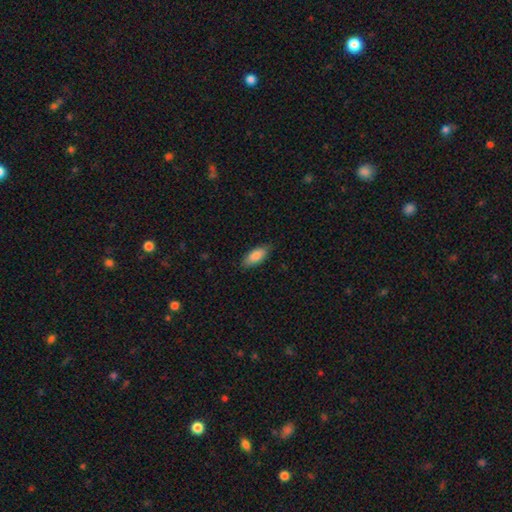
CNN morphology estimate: Smooth or featured: smooth — 85% (featured or disk — 9%)
How rounded: in between — 83% (cigar-shaped — 15%)
Merging: none — 83% (minor disturbance — 13%)